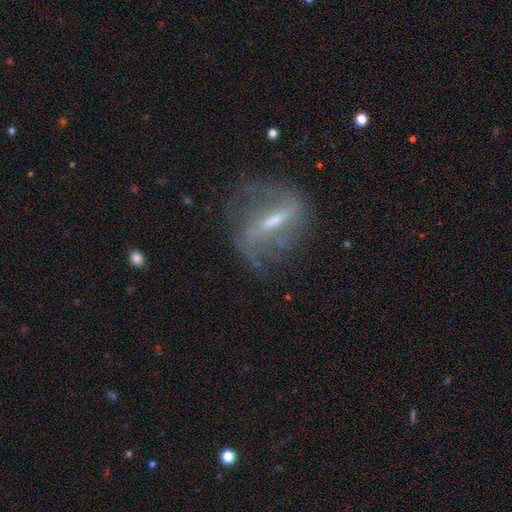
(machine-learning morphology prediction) The model was most divided on "bulge size": small: 47%, moderate: 38%, none: 10%, large: 4%, dominant: 1%. More confident: edge-on disk — no (81%); smooth or featured — featured or disk (75%); spiral arms — yes (73%); merging — none (60%); bar — strong (56%).